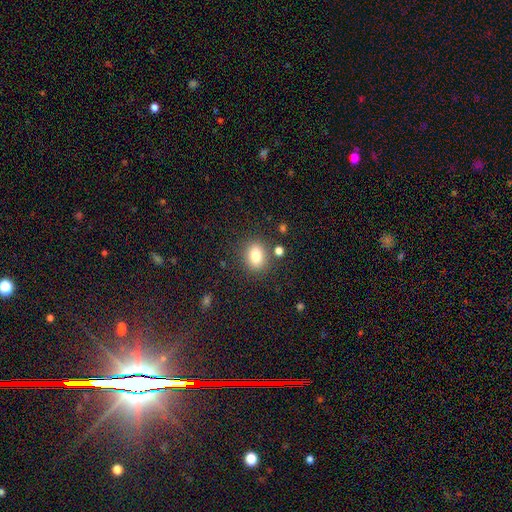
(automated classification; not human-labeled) smooth-or-featured: smooth: 81% | star or artifact: 10% | featured or disk: 9%
  how-rounded: in between: 55% | round: 44% | cigar-shaped: 1%
  merging: none: 81% | minor disturbance: 10% | merger: 6% | major disturbance: 3%